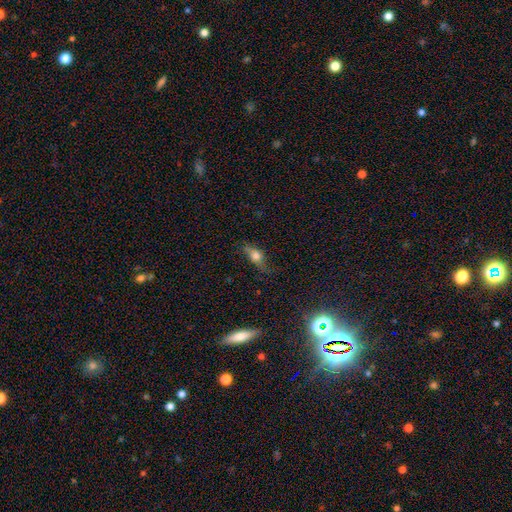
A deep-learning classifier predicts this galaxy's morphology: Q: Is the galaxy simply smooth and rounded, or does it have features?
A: smooth — 59%.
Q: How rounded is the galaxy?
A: in between — 66%.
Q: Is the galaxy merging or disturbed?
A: none — 63%.